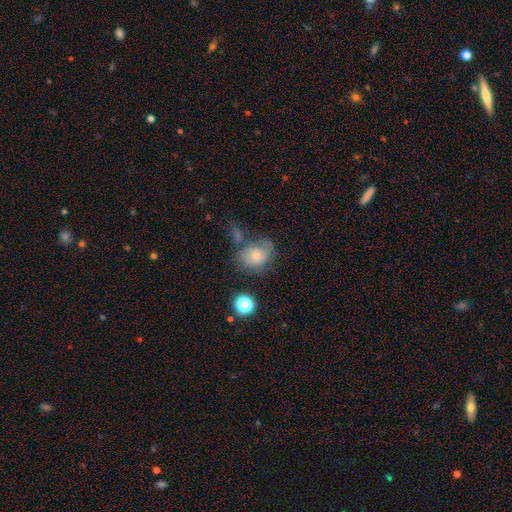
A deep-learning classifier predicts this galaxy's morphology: Smooth or featured?
  - smooth: 68% *
  - featured or disk: 20%
  - star or artifact: 12%
How rounded?
  - round: 51% *
  - in between: 48%
  - cigar-shaped: 1%
Merging?
  - none: 42% *
  - minor disturbance: 24%
  - merger: 18%
  - major disturbance: 16%